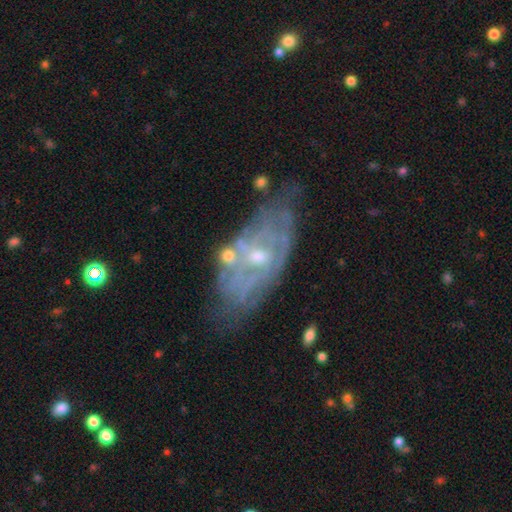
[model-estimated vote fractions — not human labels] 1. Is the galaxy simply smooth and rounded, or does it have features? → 77% featured or disk, 16% smooth, 7% star or artifact.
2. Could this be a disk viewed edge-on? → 92% no, 8% yes.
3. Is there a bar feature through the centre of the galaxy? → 65% no, 29% weak, 6% strong.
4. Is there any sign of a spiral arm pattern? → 65% yes, 35% no.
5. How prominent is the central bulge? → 54% small, 40% moderate, 3% none, 2% large, 1% dominant.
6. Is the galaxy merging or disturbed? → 54% none, 26% minor disturbance, 14% major disturbance, 7% merger.